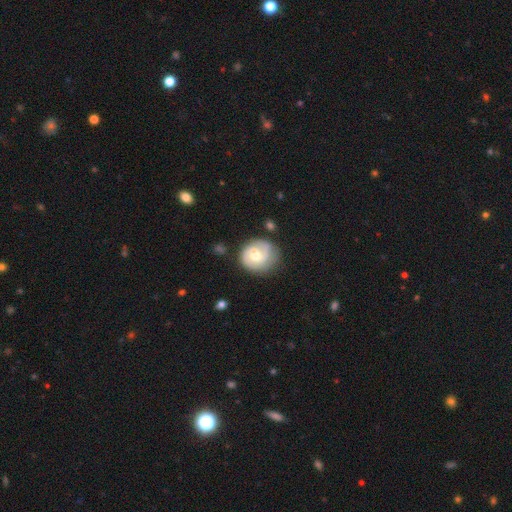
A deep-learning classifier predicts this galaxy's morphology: Smooth or featured: featured or disk — 59% (smooth — 35%)
Edge-on disk: no — 97% (yes — 3%)
Bar: no — 45% (weak — 44%)
Spiral arms: yes — 72% (no — 28%)
Bulge size: moderate — 71% (small — 18%)
Merging: none — 59% (minor disturbance — 25%)